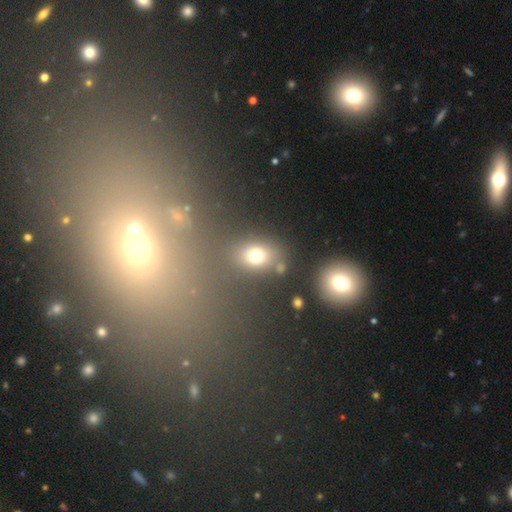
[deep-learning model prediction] Smooth or featured? Predicted: smooth (p=0.69). How rounded? Predicted: in between (p=0.55). Merging? Predicted: none (p=0.71).